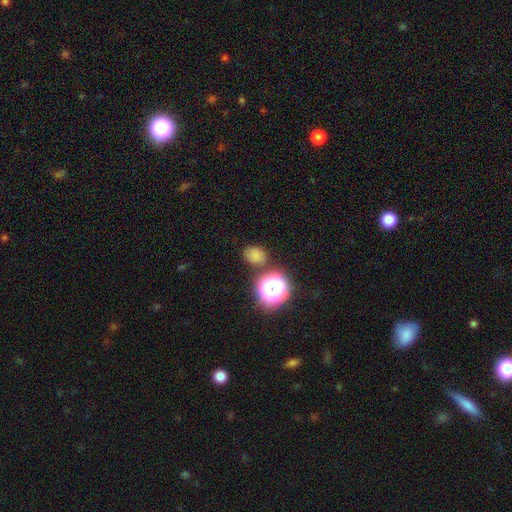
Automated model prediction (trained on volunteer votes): smooth_or_featured: smooth (p=0.74) [alt: star or artifact p=0.20]
how_rounded: round (p=0.56) [alt: in between p=0.42]
merging: none (p=0.75) [alt: minor disturbance p=0.12]